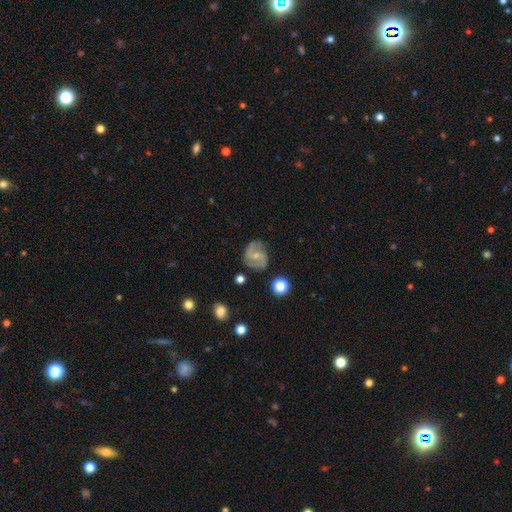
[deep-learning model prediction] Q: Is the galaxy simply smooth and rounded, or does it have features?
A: featured or disk — 73%.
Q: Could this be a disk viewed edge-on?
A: no — 98%.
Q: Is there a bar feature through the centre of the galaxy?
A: weak — 46%.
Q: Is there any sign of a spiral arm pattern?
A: yes — 92%.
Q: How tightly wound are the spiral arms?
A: medium — 50%.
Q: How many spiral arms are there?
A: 2 — 87%.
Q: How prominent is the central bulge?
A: small — 63%.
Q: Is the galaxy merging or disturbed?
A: none — 74%.